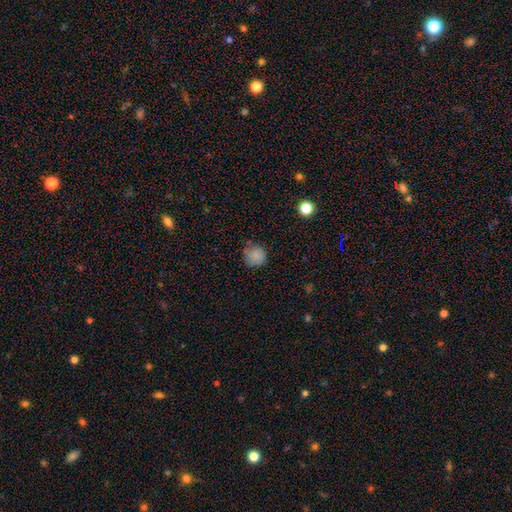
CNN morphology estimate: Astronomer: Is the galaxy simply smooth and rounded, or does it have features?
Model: smooth — 84%.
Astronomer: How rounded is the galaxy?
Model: round — 90%.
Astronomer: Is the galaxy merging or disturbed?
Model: none — 73%.